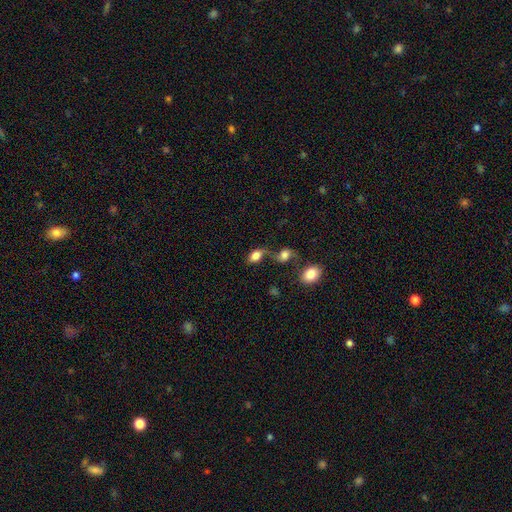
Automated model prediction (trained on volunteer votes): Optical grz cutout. It shows a smooth galaxy with no disk features (81%) that is in between round and cigar-shaped (84%). Merging: none (38%).